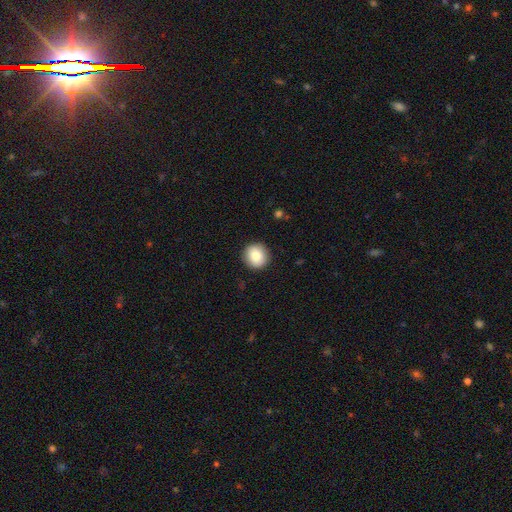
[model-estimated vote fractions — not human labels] smooth-or-featured: smooth: 82% | featured or disk: 10% | star or artifact: 8%
  how-rounded: round: 93% | in between: 6% | cigar-shaped: 1%
  merging: none: 91% | minor disturbance: 6% | major disturbance: 2% | merger: 1%